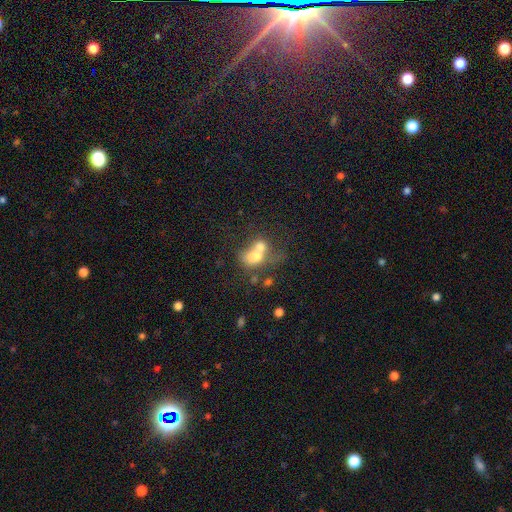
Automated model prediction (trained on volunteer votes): smooth 64%, featured or disk 24%, star or artifact 12%. Down the decision tree: how rounded — in between (54%); merging — merger (68%).